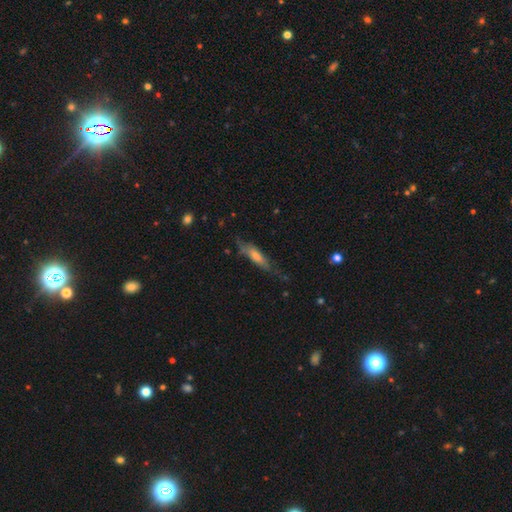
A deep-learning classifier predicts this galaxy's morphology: This appears to be a featured or disk galaxy (46%). Merging: none (54%).